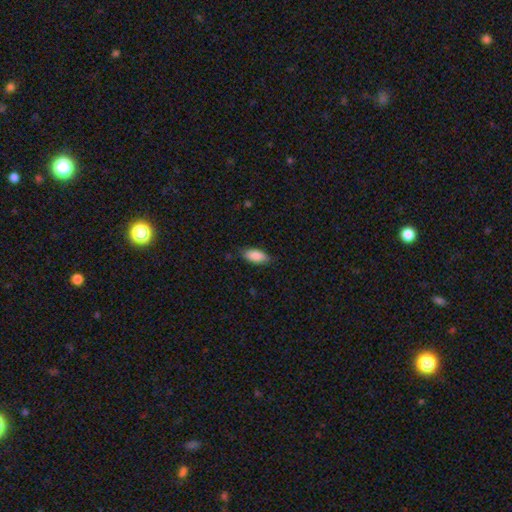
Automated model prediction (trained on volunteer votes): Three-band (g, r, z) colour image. It shows a smooth galaxy with no disk features (87%) that is in between round and cigar-shaped (88%). Merging: none (79%).